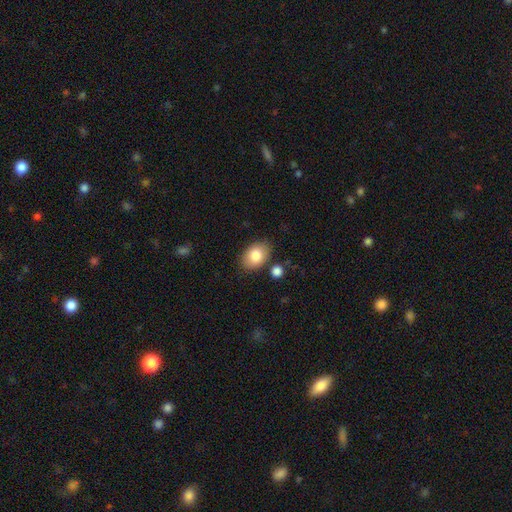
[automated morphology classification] Smooth or featured?
  - smooth: 83% *
  - featured or disk: 10%
  - star or artifact: 7%
How rounded?
  - in between: 82% *
  - round: 17%
  - cigar-shaped: 1%
Merging?
  - none: 81% *
  - minor disturbance: 12%
  - merger: 4%
  - major disturbance: 3%